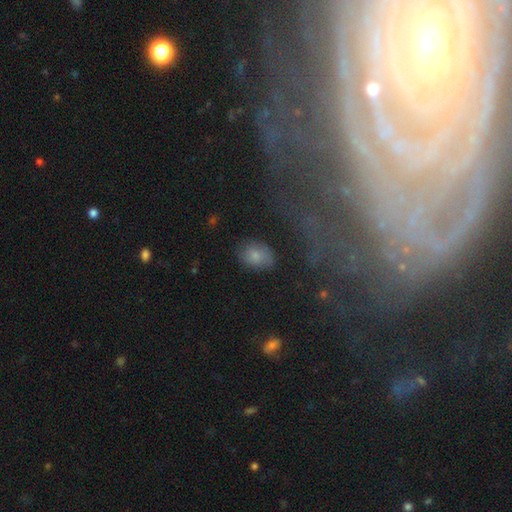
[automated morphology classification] Smooth or featured?
  - smooth: 78% *
  - featured or disk: 12%
  - star or artifact: 9%
How rounded?
  - in between: 73% *
  - round: 26%
  - cigar-shaped: 1%
Merging?
  - none: 68% *
  - minor disturbance: 22%
  - major disturbance: 7%
  - merger: 4%